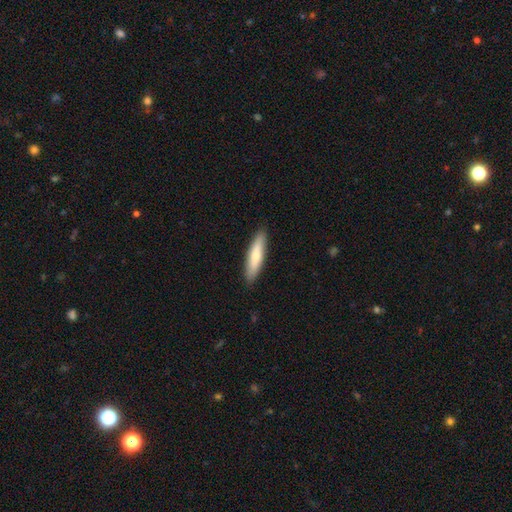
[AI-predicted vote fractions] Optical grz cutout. It shows a smooth galaxy with no disk features (71%) that is cigar-shaped (76%). Merging: none (90%).